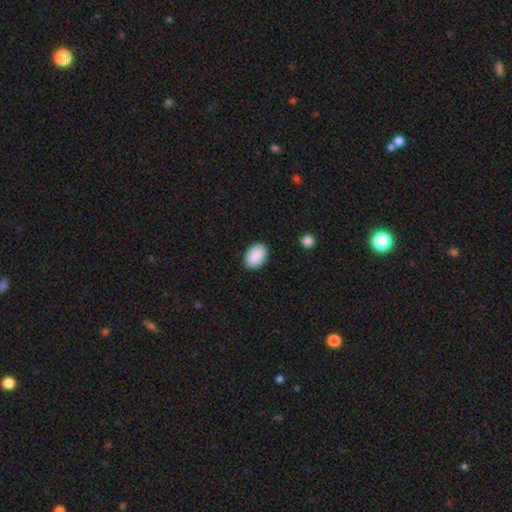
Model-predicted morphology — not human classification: Overall: smooth (91%). How rounded: in between (87%). Merging: none (88%).